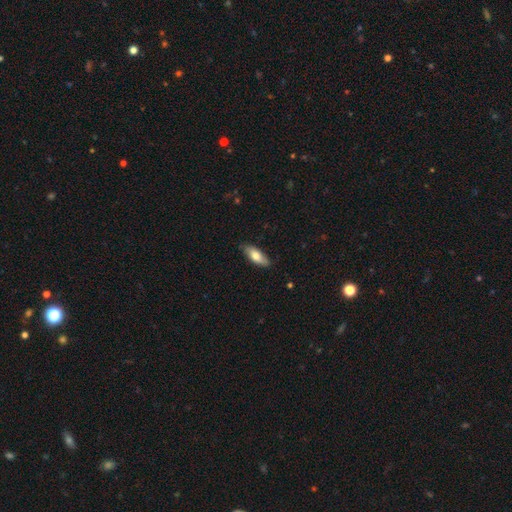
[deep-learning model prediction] This is likely a smooth galaxy (72%). How rounded: likely in between (73%). Merging: clearly none (83%).